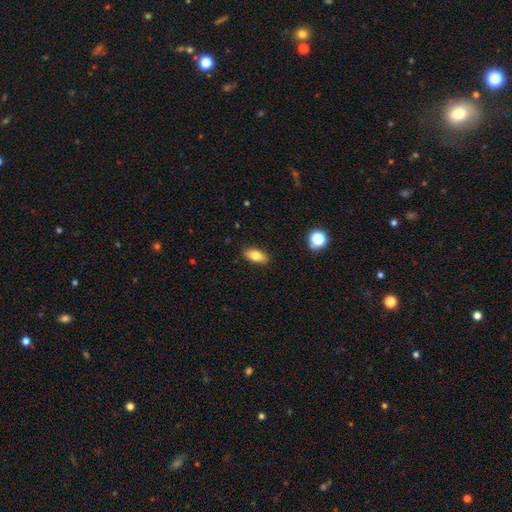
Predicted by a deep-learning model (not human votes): Morphology: type=smooth (77%); roundness=in between (84%); merging=none (89%).